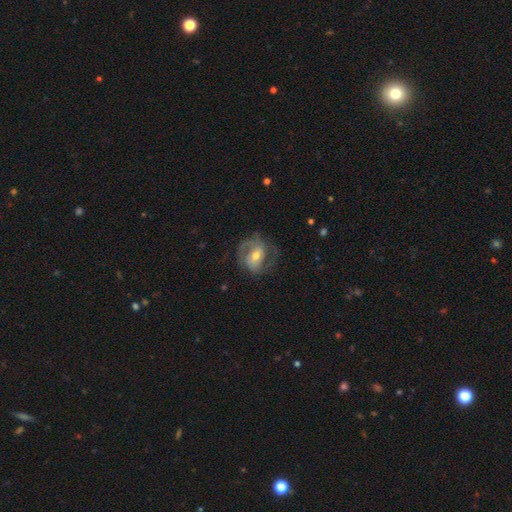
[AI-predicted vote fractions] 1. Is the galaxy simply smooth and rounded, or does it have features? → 76% featured or disk, 18% smooth, 6% star or artifact.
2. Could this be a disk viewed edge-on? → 97% no, 3% yes.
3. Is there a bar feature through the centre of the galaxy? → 41% weak, 38% no, 21% strong.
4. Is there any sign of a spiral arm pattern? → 89% yes, 11% no.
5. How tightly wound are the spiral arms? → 48% medium, 32% tight, 20% loose.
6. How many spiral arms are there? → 70% 2, 12% can't tell, 8% 3, 6% 1, 2% 4, 2% more than 4.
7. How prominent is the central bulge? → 64% moderate, 29% small, 5% large, 1% none, 1% dominant.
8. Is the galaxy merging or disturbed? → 63% none, 20% minor disturbance, 16% major disturbance, 1% merger.